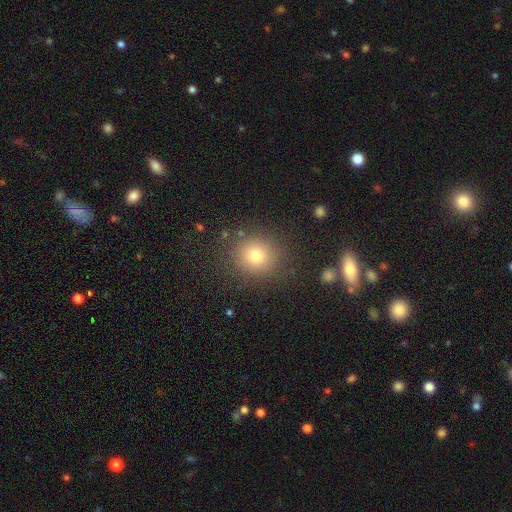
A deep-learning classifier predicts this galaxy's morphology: This appears to be a smooth galaxy with no disk features (76%) that is round (88%). Merging: none (86%).